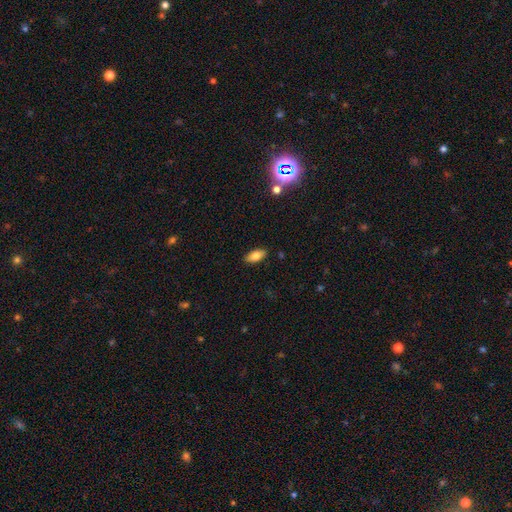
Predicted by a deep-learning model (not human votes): Overall: smooth (78%). How rounded: in between (87%). Merging: none (88%).